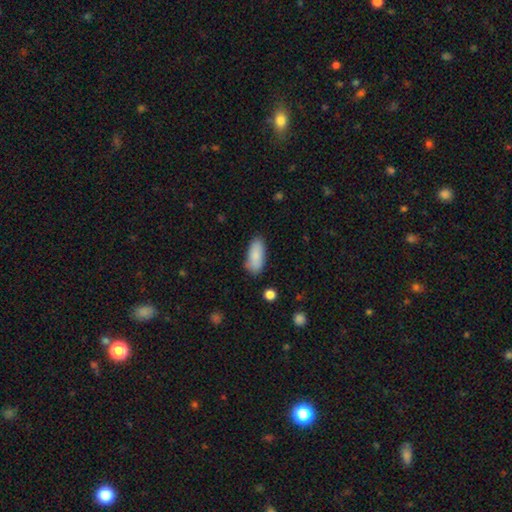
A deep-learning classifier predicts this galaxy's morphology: Q: Smooth or featured?
A: smooth (86%); runner-up: featured or disk (7%)
Q: How rounded?
A: in between (83%); runner-up: cigar-shaped (15%)
Q: Merging?
A: none (78%); runner-up: minor disturbance (16%)